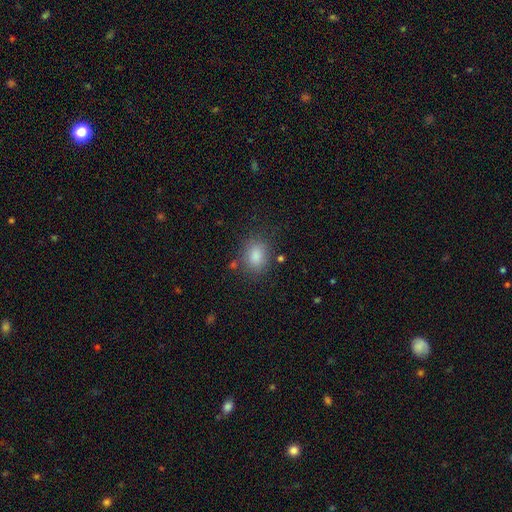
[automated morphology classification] Q: Smooth or featured?
A: smooth (83%); runner-up: star or artifact (11%)
Q: How rounded?
A: in between (62%); runner-up: round (37%)
Q: Merging?
A: none (79%); runner-up: minor disturbance (13%)